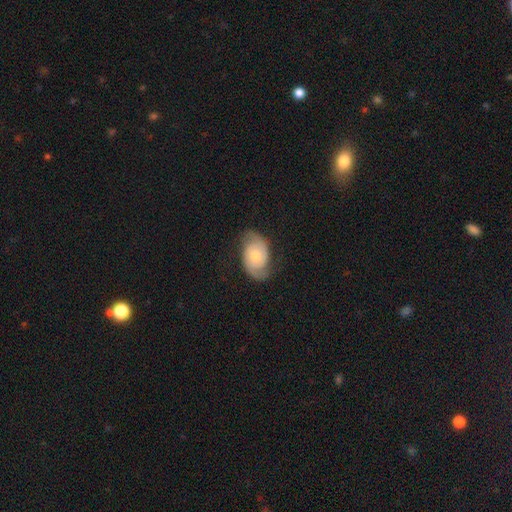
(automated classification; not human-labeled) A featured or disk galaxy (68%) with no bar (74%), 2 (87%) medium (43%) spiral arms (91%) and a moderate central bulge (51%). Merging: none (70%).